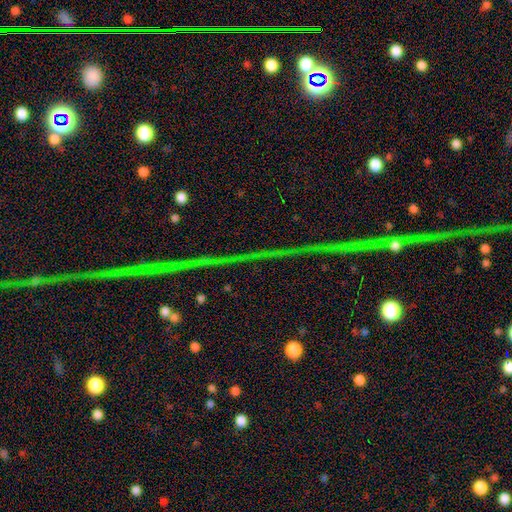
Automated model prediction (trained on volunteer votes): Morphology: type=star or artifact (82%).